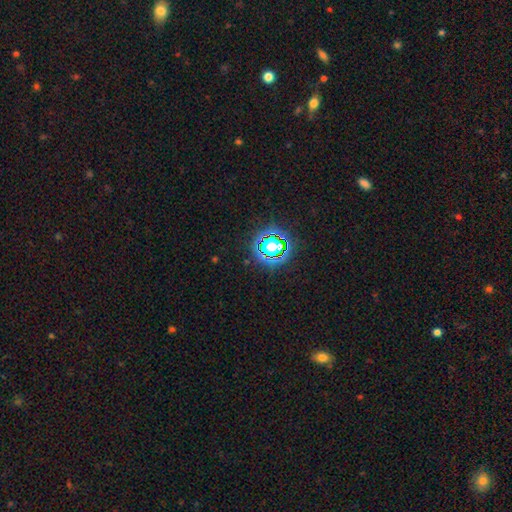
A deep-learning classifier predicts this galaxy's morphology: Q: Smooth or featured?
A: star or artifact (80%); runner-up: smooth (13%)